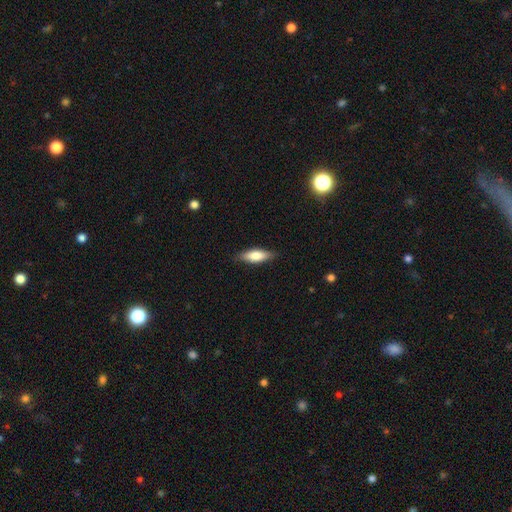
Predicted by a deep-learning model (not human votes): Smooth or featured?
  - smooth: 71% *
  - featured or disk: 23%
  - star or artifact: 6%
How rounded?
  - in between: 59% *
  - cigar-shaped: 39%
  - round: 2%
Merging?
  - none: 83% *
  - minor disturbance: 13%
  - major disturbance: 3%
  - merger: 1%